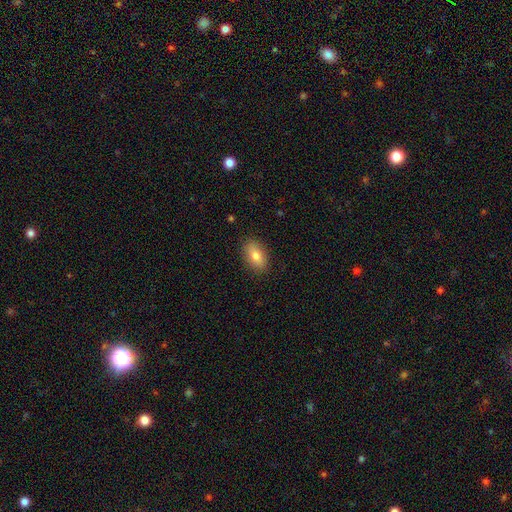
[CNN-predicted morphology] The model was most divided on "smooth or featured": smooth: 77%, featured or disk: 15%, star or artifact: 8%. More confident: how rounded — in between (89%); merging — none (88%).